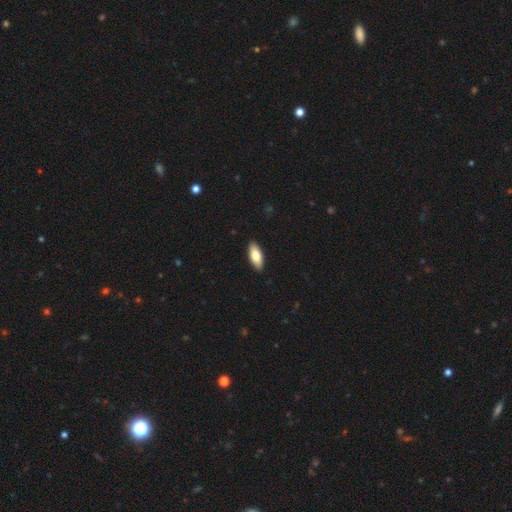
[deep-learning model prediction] Smooth or featured? smooth (80%)
How rounded? in between (81%)
Merging? none (90%)